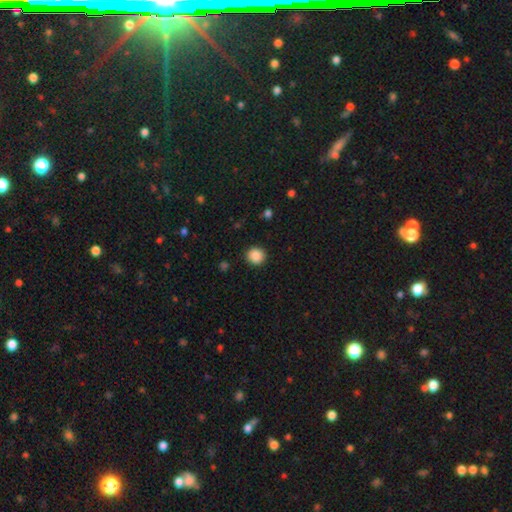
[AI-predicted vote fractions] smooth 87%, star or artifact 9%, featured or disk 3%. Down the decision tree: how rounded — round (89%); merging — none (90%).